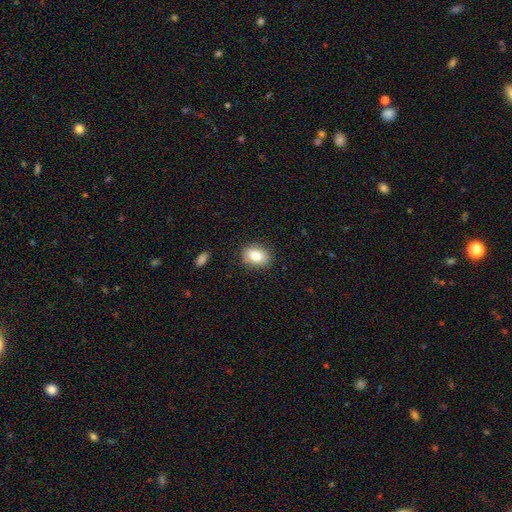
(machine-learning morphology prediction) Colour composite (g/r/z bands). It shows a smooth galaxy with no disk features (85%) that is in between round and cigar-shaped (77%). Merging: none (85%).